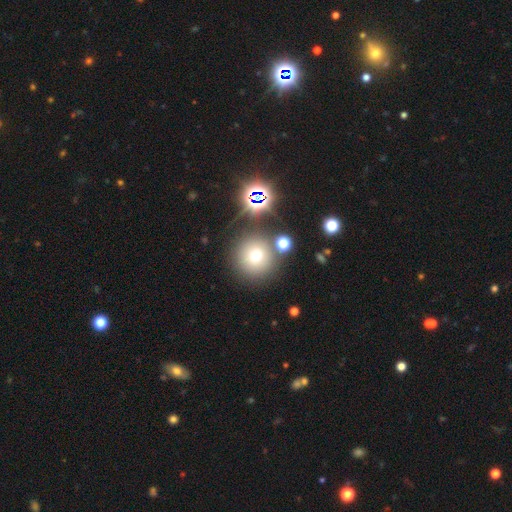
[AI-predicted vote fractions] smooth_or_featured: smooth (p=0.67) [alt: star or artifact p=0.22]
how_rounded: round (p=0.95) [alt: in between p=0.04]
merging: none (p=0.80) [alt: merger p=0.08]